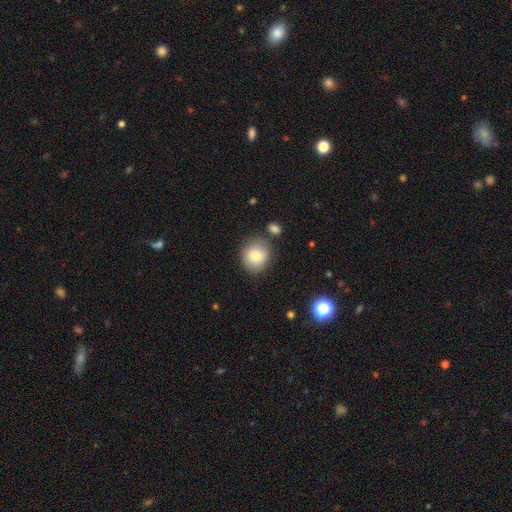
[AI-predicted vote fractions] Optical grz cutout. It shows a smooth galaxy with no disk features (78%) that is round (78%). Merging: none (78%).